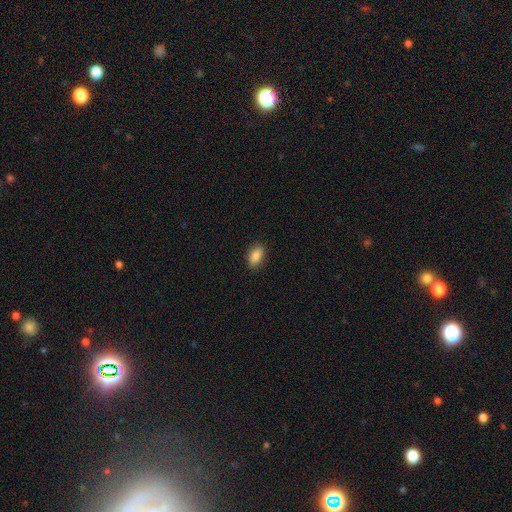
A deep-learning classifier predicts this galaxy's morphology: Smooth or featured?
  - smooth: 88% *
  - star or artifact: 8%
  - featured or disk: 4%
How rounded?
  - in between: 90% *
  - round: 7%
  - cigar-shaped: 3%
Merging?
  - none: 88% *
  - minor disturbance: 9%
  - major disturbance: 2%
  - merger: 1%